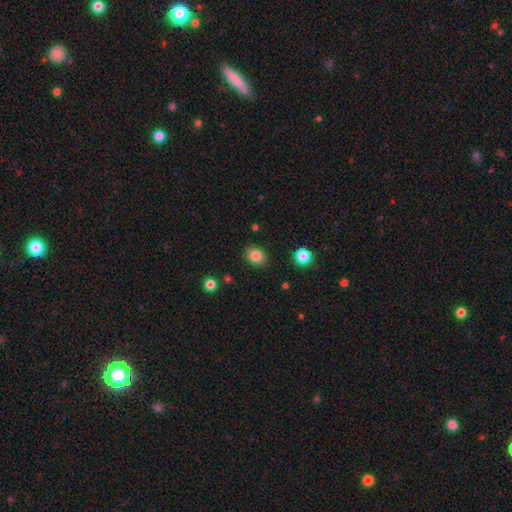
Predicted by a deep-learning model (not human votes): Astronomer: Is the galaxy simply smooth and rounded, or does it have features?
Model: smooth — 84%.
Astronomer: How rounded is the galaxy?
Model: round — 58% (runner-up: in between, 41%).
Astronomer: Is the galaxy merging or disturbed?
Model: none — 87%.